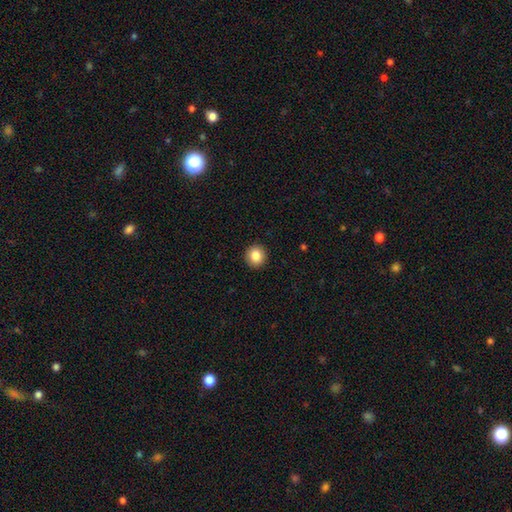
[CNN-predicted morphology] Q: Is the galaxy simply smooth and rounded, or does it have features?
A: smooth — 85%.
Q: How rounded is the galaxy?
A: round — 92%.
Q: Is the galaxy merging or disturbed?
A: none — 93%.